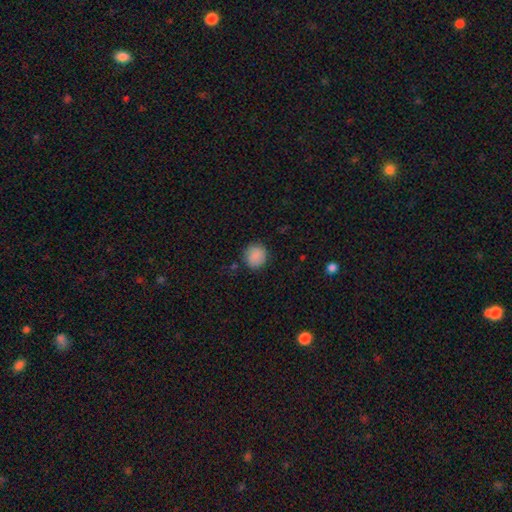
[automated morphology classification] smooth-or-featured: smooth: 87% | star or artifact: 8% | featured or disk: 4%
  how-rounded: round: 89% | in between: 10% | cigar-shaped: 1%
  merging: none: 87% | minor disturbance: 9% | major disturbance: 3% | merger: 1%